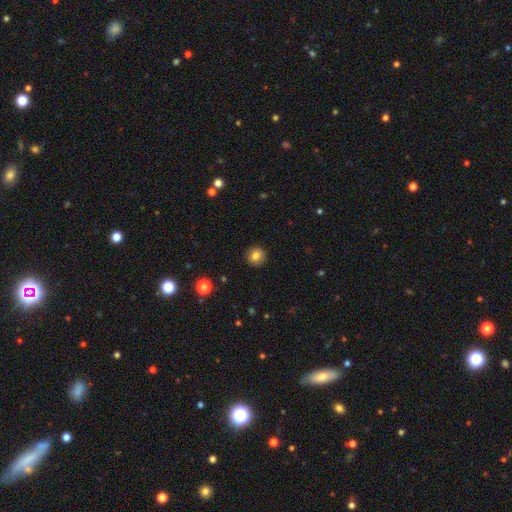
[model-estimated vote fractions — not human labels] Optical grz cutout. It shows a smooth galaxy with no disk features (83%) that is round (93%). Merging: none (92%).